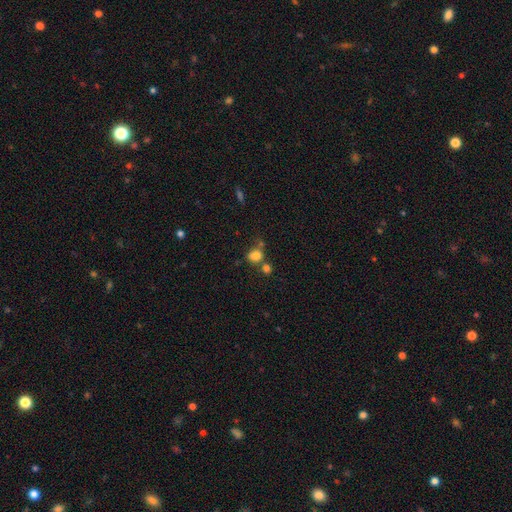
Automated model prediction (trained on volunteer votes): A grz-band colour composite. It shows a smooth galaxy with no disk features (80%) that is in between round and cigar-shaped (53%). Merging: none (43%).